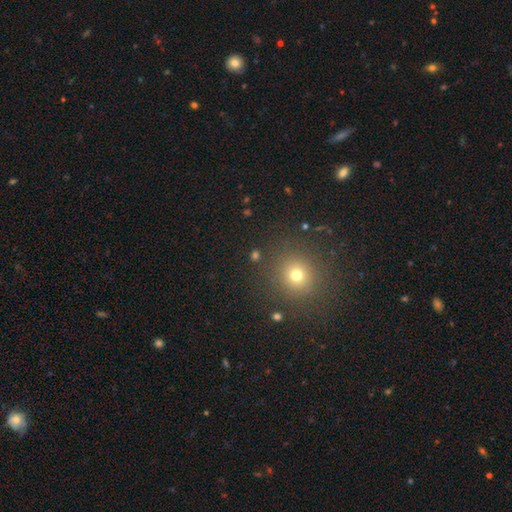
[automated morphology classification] smooth-or-featured: smooth: 61% | star or artifact: 32% | featured or disk: 7%
  how-rounded: round: 89% | in between: 10% | cigar-shaped: 1%
  merging: none: 87% | minor disturbance: 6% | merger: 3% | major disturbance: 3%